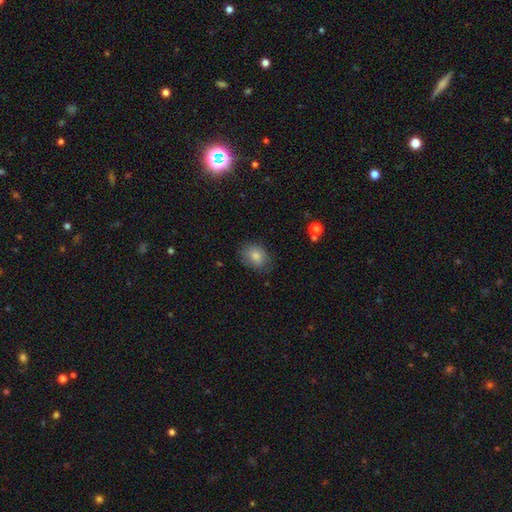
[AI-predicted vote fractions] smooth 75%, star or artifact 14%, featured or disk 11%. Down the decision tree: how rounded — in between (56%); merging — none (79%).